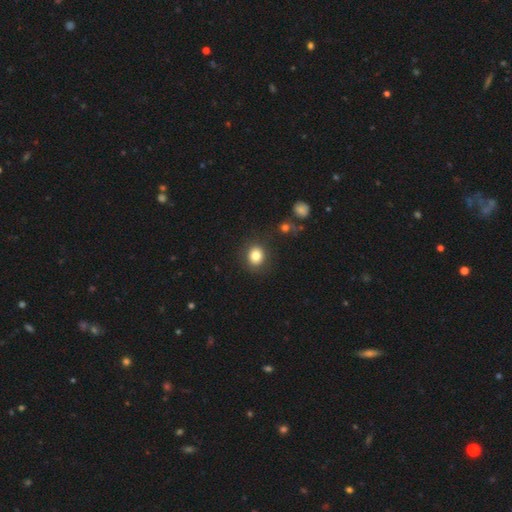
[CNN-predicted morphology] Smooth or featured: smooth — 82% (star or artifact — 11%)
How rounded: round — 68% (in between — 31%)
Merging: none — 86% (minor disturbance — 9%)